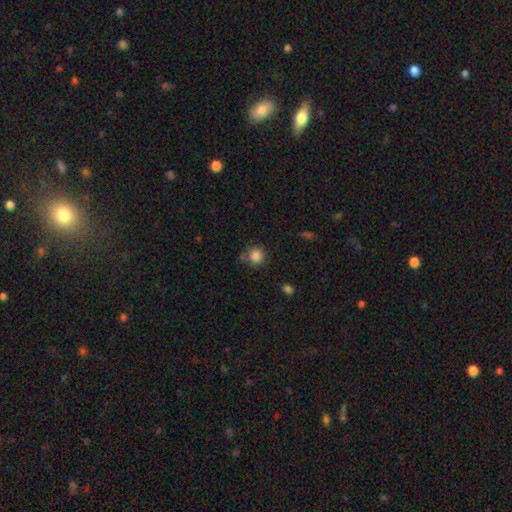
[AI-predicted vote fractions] A smooth galaxy with no disk features (85%) that is round (93%). Merging: none (75%).